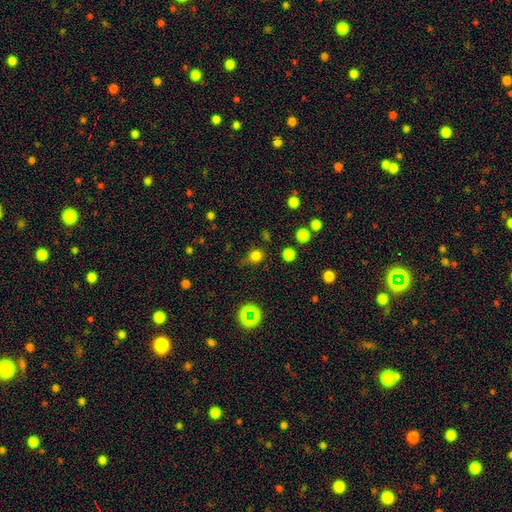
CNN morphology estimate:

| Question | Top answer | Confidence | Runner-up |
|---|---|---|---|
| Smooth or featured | smooth | 74% | star or artifact (21%) |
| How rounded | round | 83% | in between (16%) |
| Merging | none | 69% | minor disturbance (20%) |